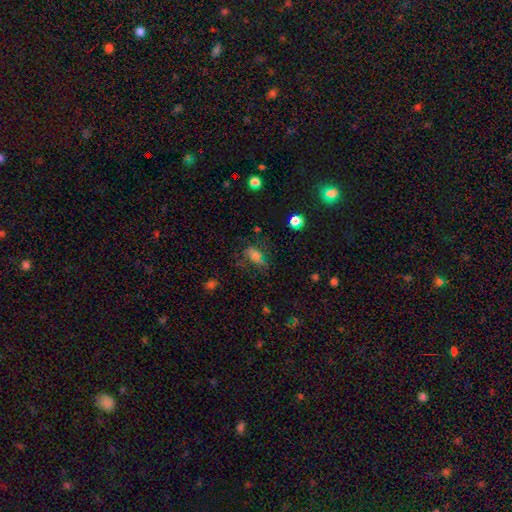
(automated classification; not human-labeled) Overall: smooth (58%; featured or disk 23%). How rounded: in between (75%). Merging: none (51%; minor disturbance 26%).